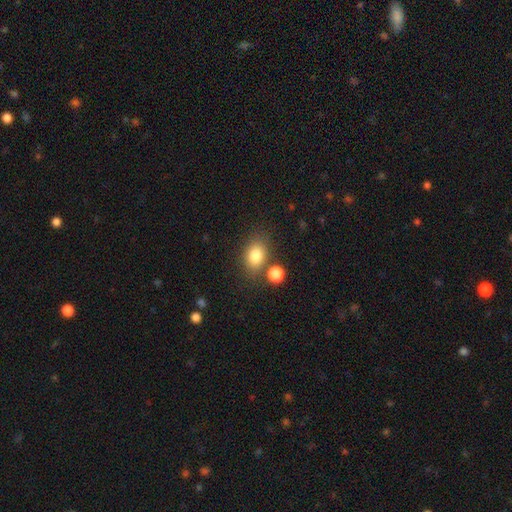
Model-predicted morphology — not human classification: smooth-or-featured: smooth: 82% | star or artifact: 10% | featured or disk: 8%
  how-rounded: in between: 69% | round: 29% | cigar-shaped: 1%
  merging: none: 70% | minor disturbance: 13% | merger: 12% | major disturbance: 5%